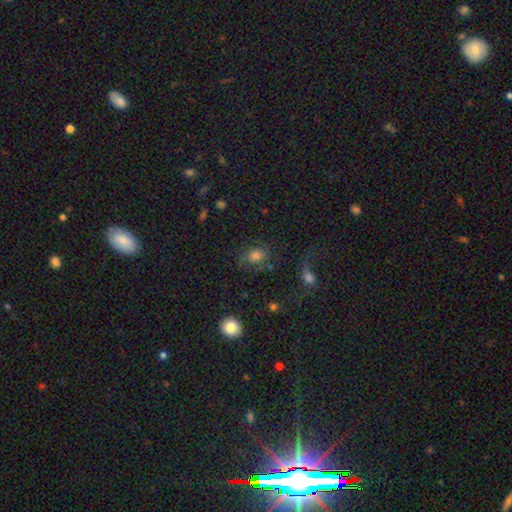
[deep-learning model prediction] This is likely a smooth galaxy (65%). How rounded: possibly in between (54%). Merging: possibly none (56%).